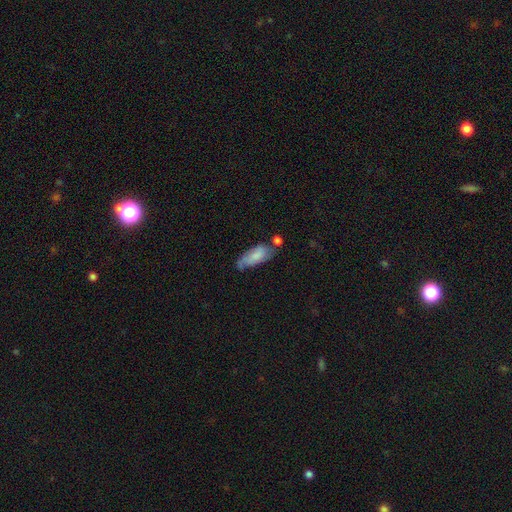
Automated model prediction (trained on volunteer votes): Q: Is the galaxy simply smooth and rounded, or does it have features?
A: smooth — 72%.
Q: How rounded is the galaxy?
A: in between — 75%.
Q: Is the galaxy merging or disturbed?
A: none — 43%.